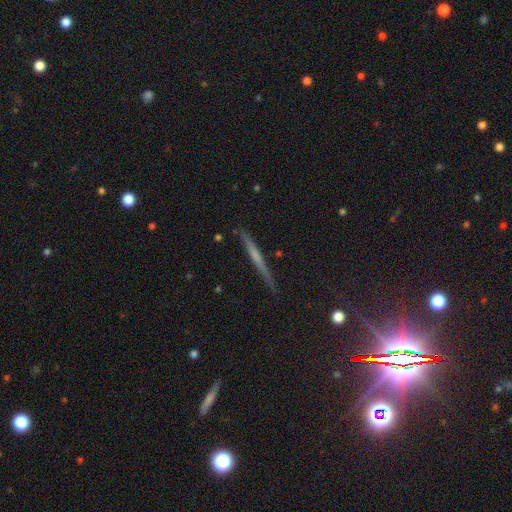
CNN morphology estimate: The model was most divided on "smooth or featured": featured or disk: 52%, smooth: 40%, star or artifact: 8%. More confident: edge-on disk — yes (97%); merging — none (86%).